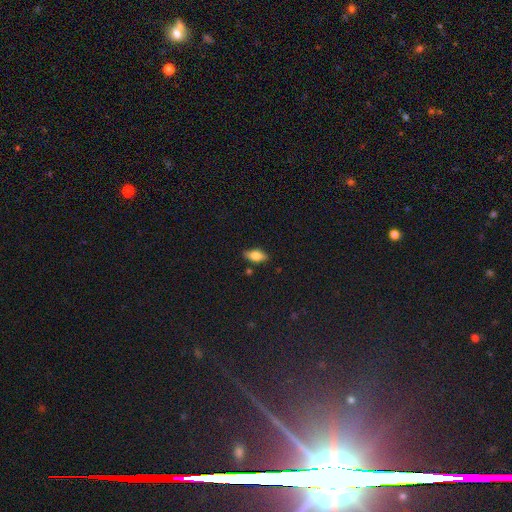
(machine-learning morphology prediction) type=smooth (77%); roundness=in between (87%); merging=none (84%).